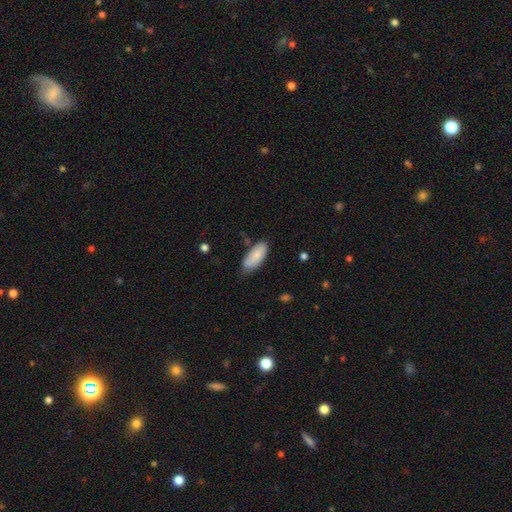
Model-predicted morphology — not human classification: The model was most divided on "merging": none: 67%, minor disturbance: 25%, major disturbance: 4%, merger: 3%. More confident: smooth or featured — smooth (85%); how rounded — in between (85%).